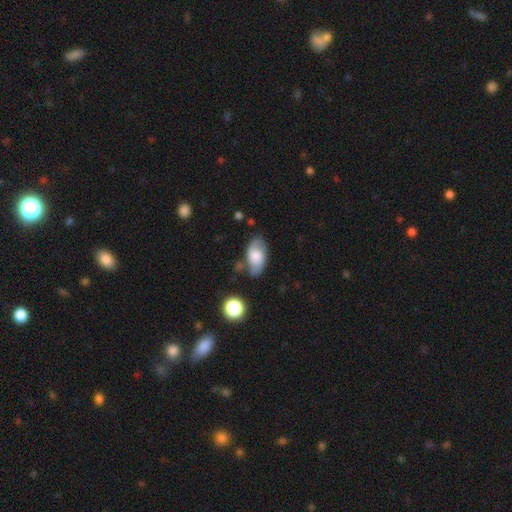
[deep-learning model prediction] Q: Smooth or featured?
A: smooth (50%); runner-up: featured or disk (41%)
Q: How rounded?
A: in between (92%); runner-up: round (6%)
Q: Merging?
A: none (69%); runner-up: minor disturbance (20%)